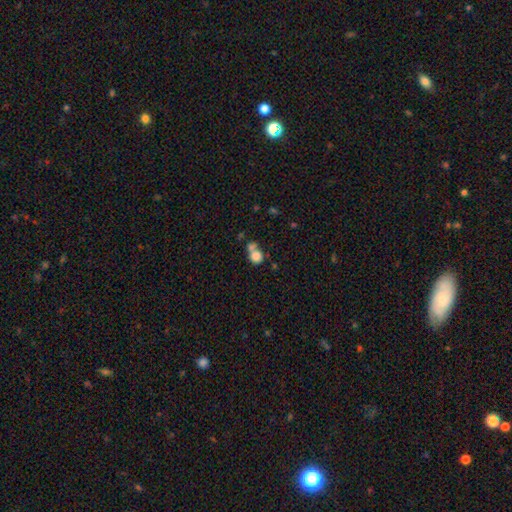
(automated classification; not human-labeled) smooth-or-featured: smooth: 81% | star or artifact: 10% | featured or disk: 9%
  how-rounded: round: 80% | in between: 19% | cigar-shaped: 1%
  merging: merger: 48% | none: 37% | minor disturbance: 9% | major disturbance: 5%